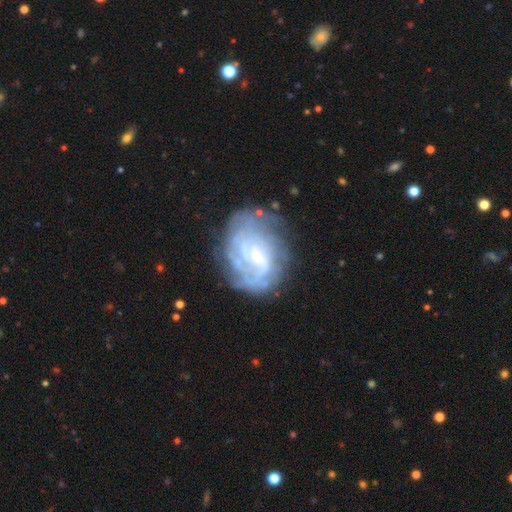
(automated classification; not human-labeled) Smooth or featured? Predicted: featured or disk (p=0.78). Edge-on disk? Predicted: no (p=0.98). Bar? Predicted: weak (p=0.47). Spiral arms? Predicted: yes (p=0.84). Spiral winding? Predicted: tight (p=0.59). Spiral arm count? Predicted: can't tell (p=0.49). Bulge size? Predicted: small (p=0.63). Merging? Predicted: none (p=0.63).